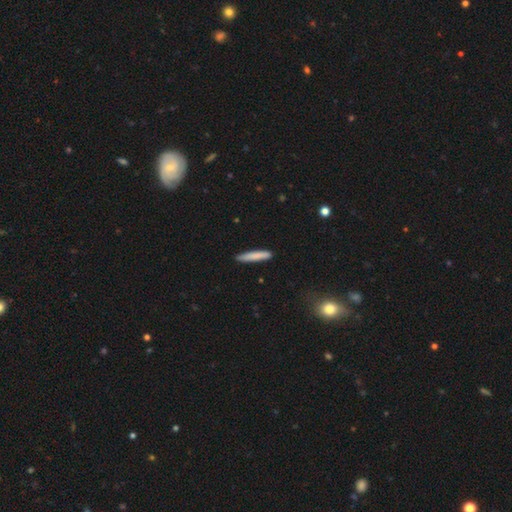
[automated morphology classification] A smooth galaxy with no disk features (83%) that is cigar-shaped (93%). Merging: none (88%).